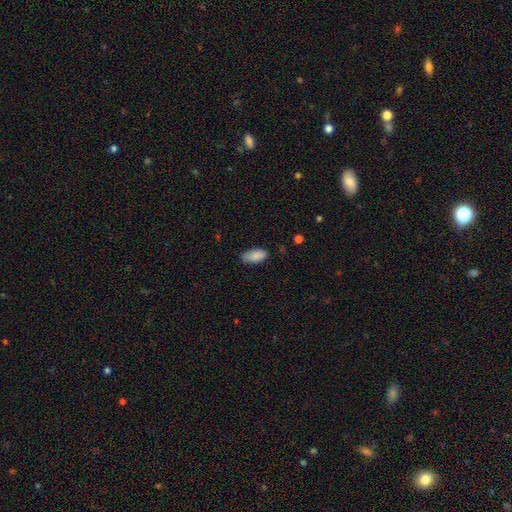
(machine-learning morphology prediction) Smooth or featured: smooth — 88% (star or artifact — 6%)
How rounded: in between — 90% (cigar-shaped — 8%)
Merging: none — 77% (minor disturbance — 19%)